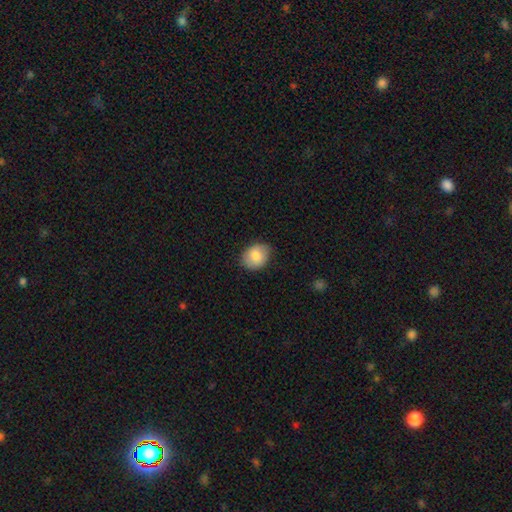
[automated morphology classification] smooth-or-featured: smooth: 82% | featured or disk: 11% | star or artifact: 7%
  how-rounded: round: 51% | in between: 48% | cigar-shaped: 1%
  merging: none: 78% | minor disturbance: 18% | major disturbance: 3% | merger: 1%